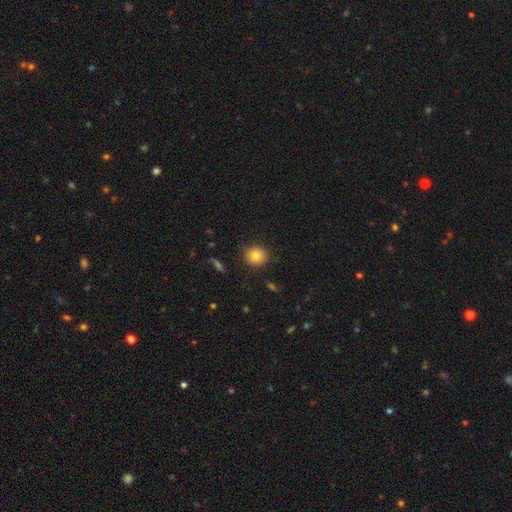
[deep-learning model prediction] smooth-or-featured: smooth: 81% | star or artifact: 10% | featured or disk: 8%
  how-rounded: round: 80% | in between: 18% | cigar-shaped: 1%
  merging: none: 88% | minor disturbance: 8% | major disturbance: 2% | merger: 1%